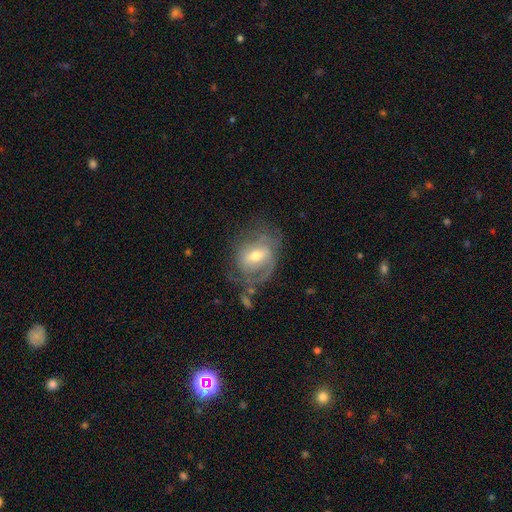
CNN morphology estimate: A featured or disk galaxy (71%) with a weak bar (51%), 2 (37%) tight (40%) spiral arms (78%) and a moderate central bulge (63%). Merging: none (45%).